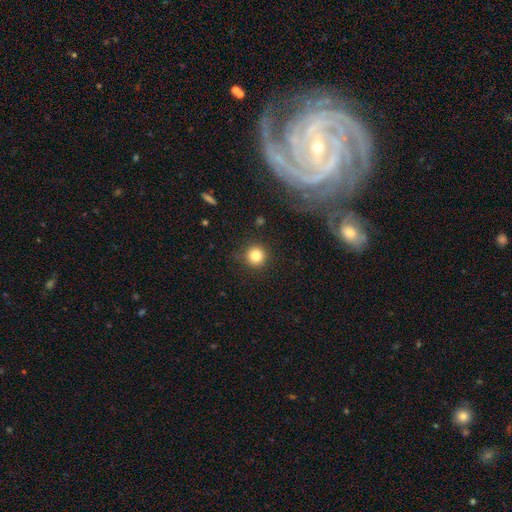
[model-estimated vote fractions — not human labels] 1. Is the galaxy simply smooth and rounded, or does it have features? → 83% smooth, 11% star or artifact, 6% featured or disk.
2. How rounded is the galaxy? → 94% round, 5% in between, 1% cigar-shaped.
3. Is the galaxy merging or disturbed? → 87% none, 8% minor disturbance, 3% major disturbance, 2% merger.